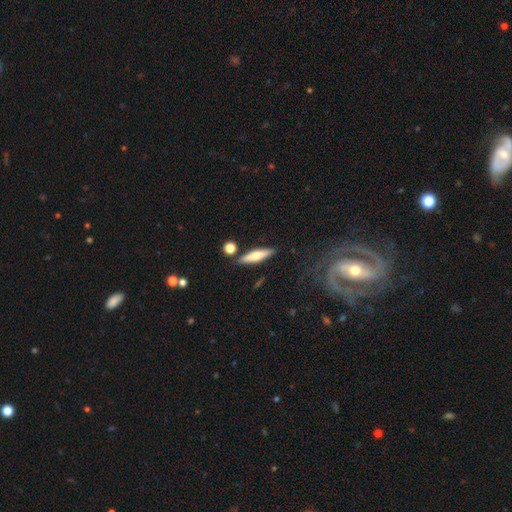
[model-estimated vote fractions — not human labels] Smooth or featured?
  - smooth: 55% *
  - featured or disk: 38%
  - star or artifact: 7%
How rounded?
  - cigar-shaped: 76% *
  - in between: 21%
  - round: 3%
Merging?
  - none: 83% *
  - minor disturbance: 10%
  - merger: 5%
  - major disturbance: 3%